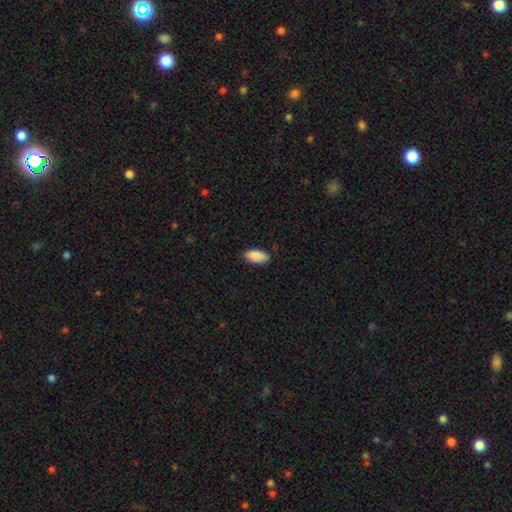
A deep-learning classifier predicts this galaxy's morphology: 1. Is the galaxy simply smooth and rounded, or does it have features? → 87% smooth, 6% featured or disk, 6% star or artifact.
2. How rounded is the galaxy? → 92% in between, 6% cigar-shaped, 2% round.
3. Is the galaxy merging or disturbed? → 86% none, 11% minor disturbance, 2% major disturbance, 1% merger.